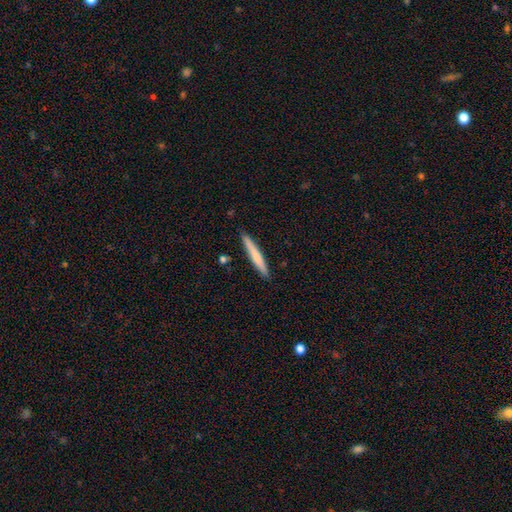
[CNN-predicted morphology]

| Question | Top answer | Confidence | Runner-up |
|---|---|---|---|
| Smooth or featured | smooth | 67% | featured or disk (27%) |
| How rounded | cigar-shaped | 96% | in between (3%) |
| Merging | none | 90% | minor disturbance (7%) |